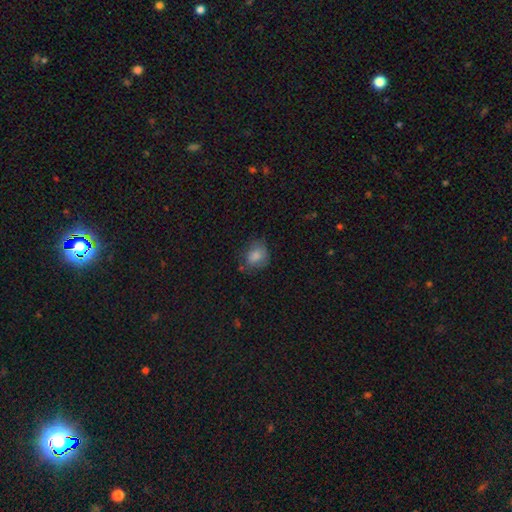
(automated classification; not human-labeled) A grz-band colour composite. It shows a smooth galaxy with no disk features (79%) that is round (53%). Merging: none (57%).